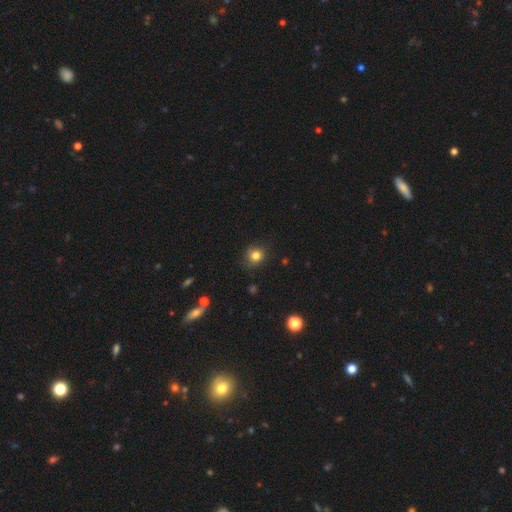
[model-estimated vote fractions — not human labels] smooth-or-featured: smooth: 82% | star or artifact: 12% | featured or disk: 6%
  how-rounded: round: 82% | in between: 17% | cigar-shaped: 1%
  merging: none: 80% | minor disturbance: 15% | major disturbance: 4% | merger: 1%